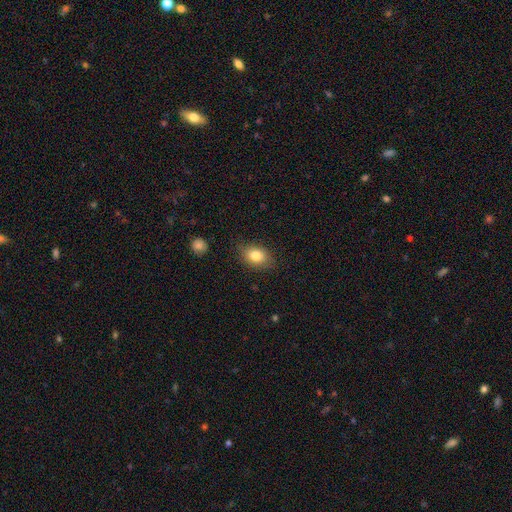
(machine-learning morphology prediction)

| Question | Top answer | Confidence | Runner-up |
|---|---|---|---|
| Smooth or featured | smooth | 81% | featured or disk (10%) |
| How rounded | in between | 73% | round (26%) |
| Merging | none | 79% | minor disturbance (16%) |